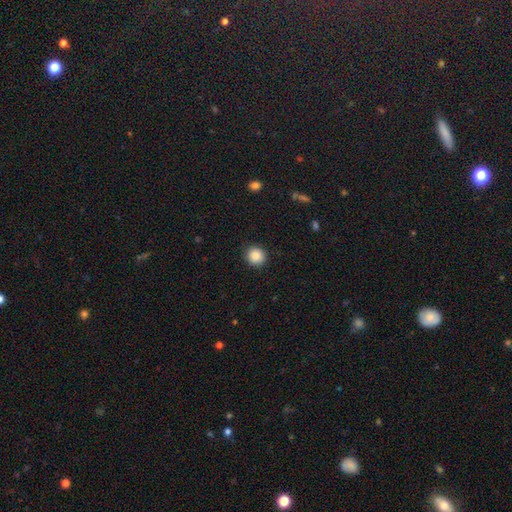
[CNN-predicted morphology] Overall: smooth (87%). How rounded: round (91%). Merging: none (91%).